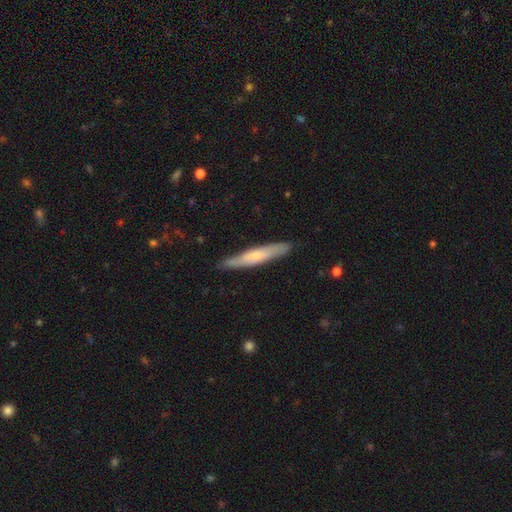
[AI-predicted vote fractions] This appears to be a smooth galaxy with no disk features (53%) that is cigar-shaped (92%). Merging: none (84%).